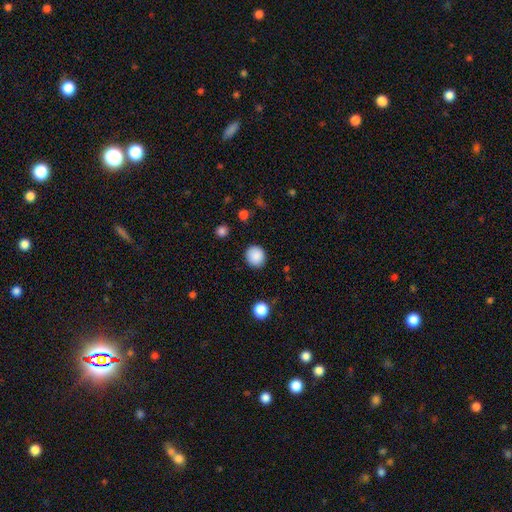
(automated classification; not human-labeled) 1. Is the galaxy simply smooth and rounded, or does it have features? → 88% smooth, 9% star or artifact, 3% featured or disk.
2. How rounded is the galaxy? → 86% round, 13% in between, 1% cigar-shaped.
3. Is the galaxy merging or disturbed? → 89% none, 7% minor disturbance, 2% major disturbance, 1% merger.